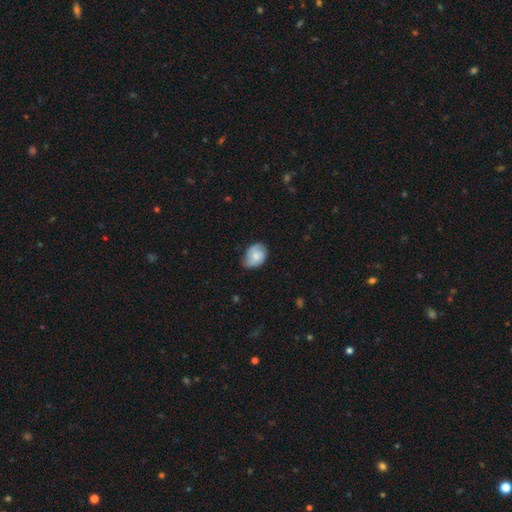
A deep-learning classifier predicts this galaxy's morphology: Smooth or featured? smooth (53%)
How rounded? in between (66%)
Merging? none (62%)